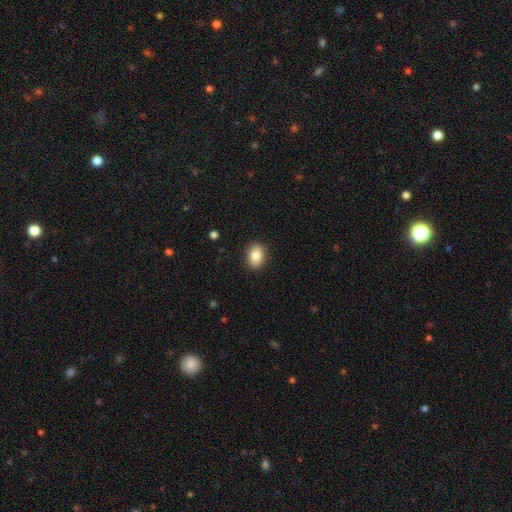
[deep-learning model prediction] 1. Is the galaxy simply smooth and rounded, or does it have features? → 85% smooth, 8% star or artifact, 7% featured or disk.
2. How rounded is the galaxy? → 75% in between, 24% round, 1% cigar-shaped.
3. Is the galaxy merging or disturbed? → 90% none, 7% minor disturbance, 2% major disturbance, 1% merger.